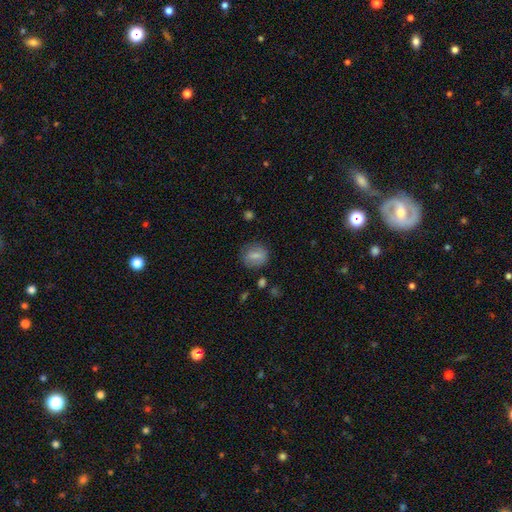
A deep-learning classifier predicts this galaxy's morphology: Smooth or featured? smooth (76%)
How rounded? round (66%)
Merging? none (78%)